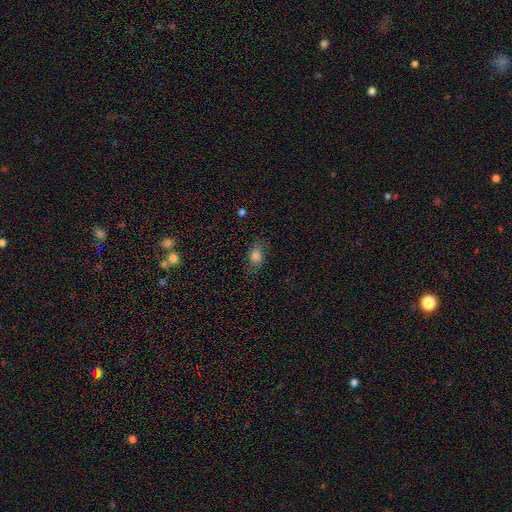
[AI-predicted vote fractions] Morphology: type=smooth (79%); roundness=in between (76%); merging=none (73%).